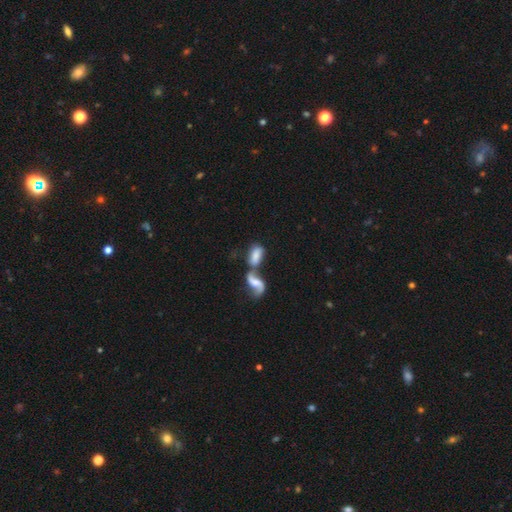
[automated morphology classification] The model was most divided on "smooth or featured": smooth: 59%, featured or disk: 33%, star or artifact: 8%. More confident: how rounded — in between (83%); merging — merger (66%).